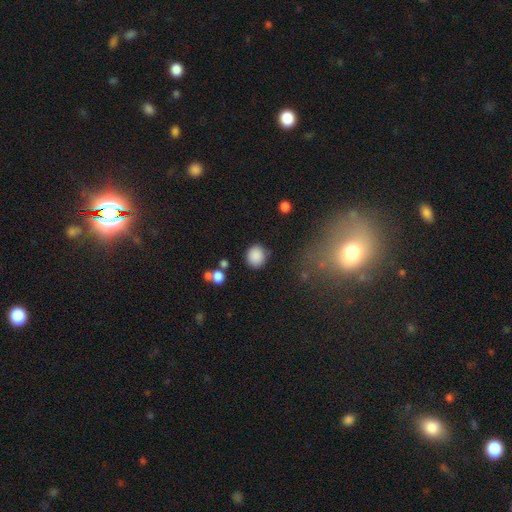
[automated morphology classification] Smooth or featured? smooth (87%)
How rounded? round (81%)
Merging? none (82%)